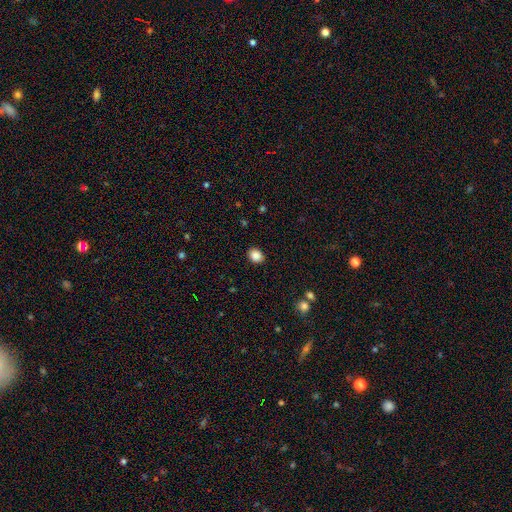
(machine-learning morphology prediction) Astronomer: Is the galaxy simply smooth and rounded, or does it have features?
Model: smooth — 87%.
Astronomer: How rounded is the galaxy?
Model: round — 51% (runner-up: in between, 48%).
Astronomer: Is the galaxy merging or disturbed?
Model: none — 89%.